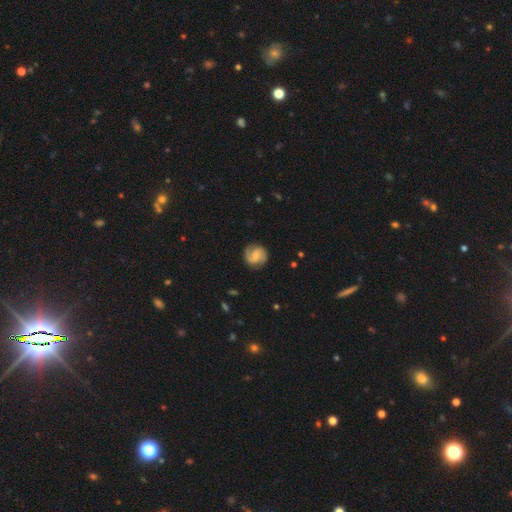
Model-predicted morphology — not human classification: Smooth or featured? featured or disk (70%)
Edge-on disk? no (98%)
Bar? weak (49%)
Spiral arms? yes (94%)
Spiral winding? medium (47%)
Spiral arm count? 2 (87%)
Bulge size? small (50%)
Merging? none (82%)